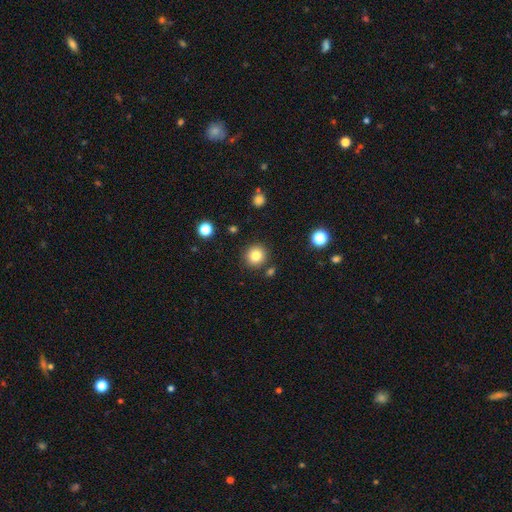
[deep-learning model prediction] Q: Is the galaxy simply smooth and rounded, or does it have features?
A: smooth — 82%.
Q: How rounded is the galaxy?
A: round — 93%.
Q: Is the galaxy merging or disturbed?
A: none — 86%.